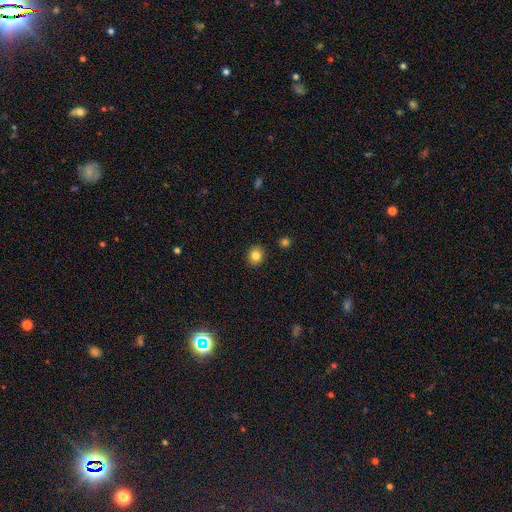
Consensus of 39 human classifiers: Volunteers were most divided on "how rounded": round: 83%, in between: 17%, cigar-shaped: 0%. More confident: merging — none (94%); smooth or featured — smooth (90%).